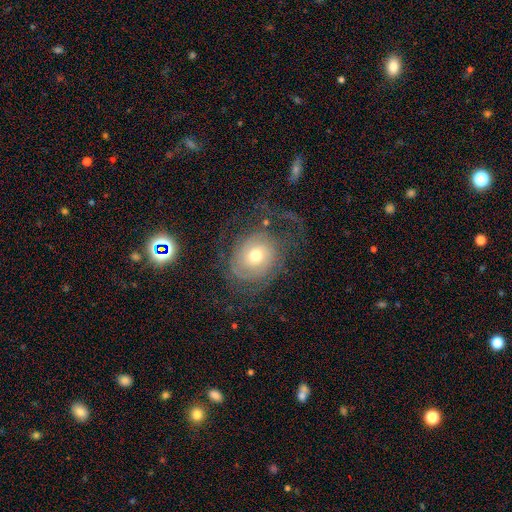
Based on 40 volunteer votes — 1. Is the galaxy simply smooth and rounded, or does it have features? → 80% featured or disk, 20% smooth, 0% star or artifact.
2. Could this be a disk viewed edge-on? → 100% no, 0% yes.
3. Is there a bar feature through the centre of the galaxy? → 84% no, 16% weak, 0% strong.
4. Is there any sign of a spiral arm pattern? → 94% yes, 6% no.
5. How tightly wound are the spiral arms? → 57% tight, 23% medium, 20% loose.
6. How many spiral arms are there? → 33% 2, 27% 1, 23% can't tell, 10% 3, 7% 4, 0% more than 4.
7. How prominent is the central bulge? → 66% moderate, 22% small, 12% large, 0% dominant, 0% none.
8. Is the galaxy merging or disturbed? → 35% none, 32% major disturbance, 30% minor disturbance, 2% merger.